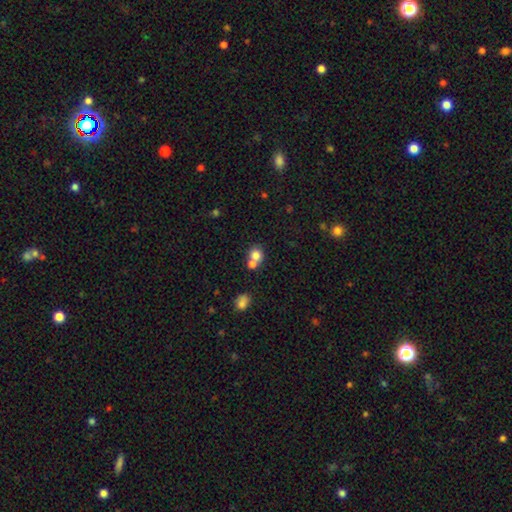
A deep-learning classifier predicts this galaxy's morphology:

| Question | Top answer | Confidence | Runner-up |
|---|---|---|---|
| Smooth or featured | smooth | 78% | star or artifact (12%) |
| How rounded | round | 80% | in between (19%) |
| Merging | merger | 47% | none (43%) |